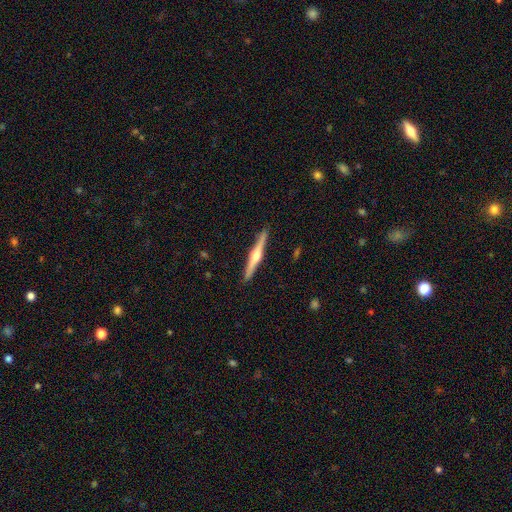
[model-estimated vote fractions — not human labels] Overall: featured or disk (73%). Edge-on disk: yes (98%). Edge-on bulge: rounded (93%). Merging: none (91%).